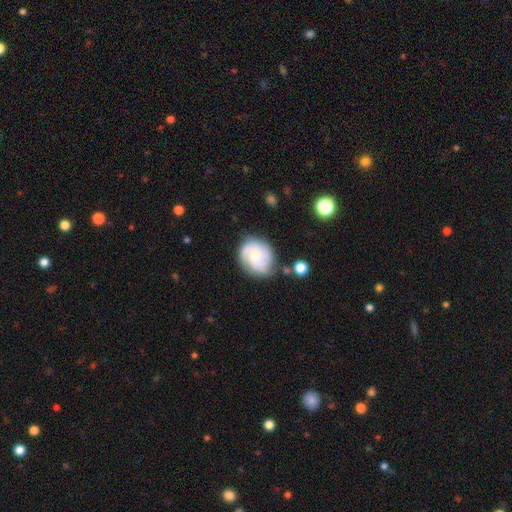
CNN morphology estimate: A featured or disk galaxy (62%) with no bar (71%), 2 (36%) tight (49%) spiral arms (88%) and a moderate central bulge (56%).

Vote fractions:
- Smooth or featured? featured or disk: 62% / smooth: 31% / star or artifact: 7%
- Edge-on disk? no: 98% / yes: 2%
- Bar? no: 71% / weak: 25% / strong: 3%
- Spiral arms? yes: 88% / no: 12%
- Spiral winding? tight: 49% / medium: 38% / loose: 13%
- Spiral arm count? 2: 36% / 3: 28% / can't tell: 24% / 1: 5% / 4: 4% / more than 4: 3%
- Bulge size? moderate: 56% / small: 33% / large: 6% / none: 3% / dominant: 1%
- Merging? none: 66% / minor disturbance: 23% / major disturbance: 7% / merger: 4%